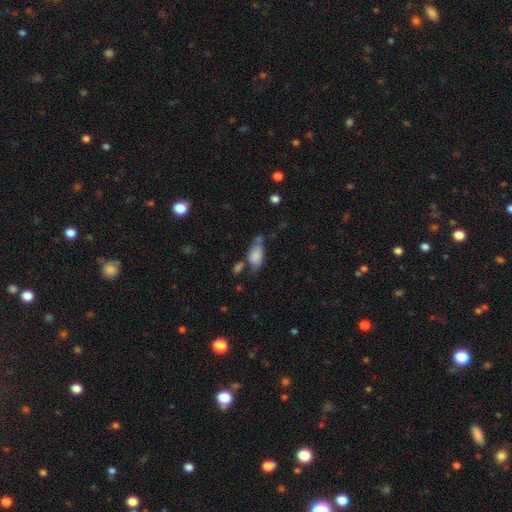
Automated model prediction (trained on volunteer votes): smooth_or_featured: smooth (p=0.72) [alt: featured or disk p=0.20]
how_rounded: in between (p=0.84) [alt: cigar-shaped p=0.12]
merging: none (p=0.36) [alt: minor disturbance p=0.28]